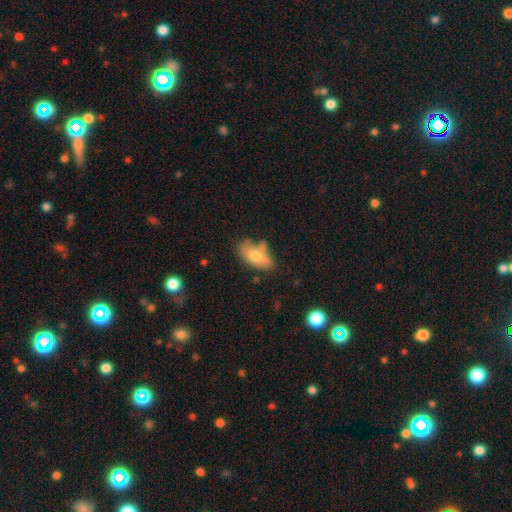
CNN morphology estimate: Q: Smooth or featured?
A: smooth (68%); runner-up: featured or disk (24%)
Q: How rounded?
A: in between (89%); runner-up: round (6%)
Q: Merging?
A: none (47%); runner-up: minor disturbance (25%)